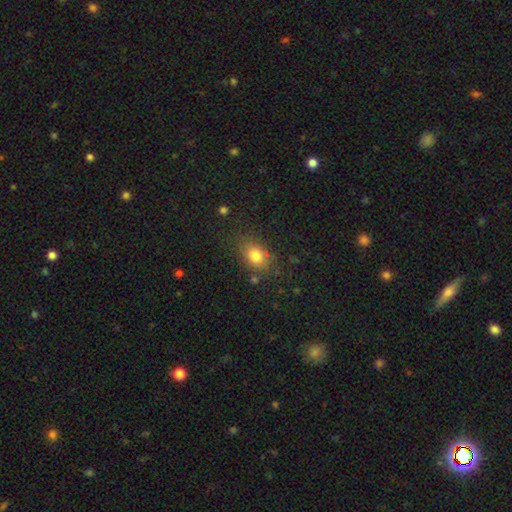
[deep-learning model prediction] A smooth galaxy with no disk features (77%) that is in between round and cigar-shaped (65%).

Vote fractions:
- Smooth or featured? smooth: 77% / star or artifact: 12% / featured or disk: 11%
- How rounded? in between: 65% / round: 33% / cigar-shaped: 2%
- Merging? none: 75% / minor disturbance: 16% / major disturbance: 6% / merger: 3%